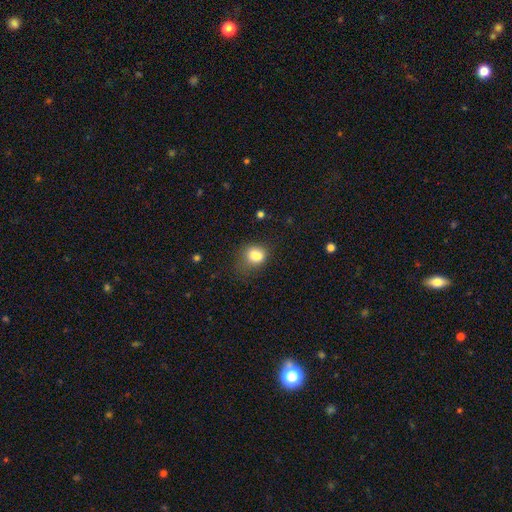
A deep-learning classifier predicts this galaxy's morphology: Smooth or featured?
  - smooth: 76% *
  - featured or disk: 13%
  - star or artifact: 12%
How rounded?
  - round: 56% *
  - in between: 42%
  - cigar-shaped: 1%
Merging?
  - none: 38% *
  - merger: 29%
  - minor disturbance: 22%
  - major disturbance: 12%